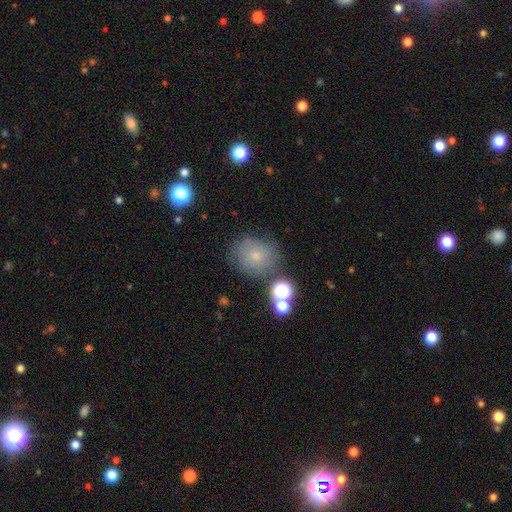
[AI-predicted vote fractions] A smooth galaxy with no disk features (67%) that is round (77%). Merging: none (71%).